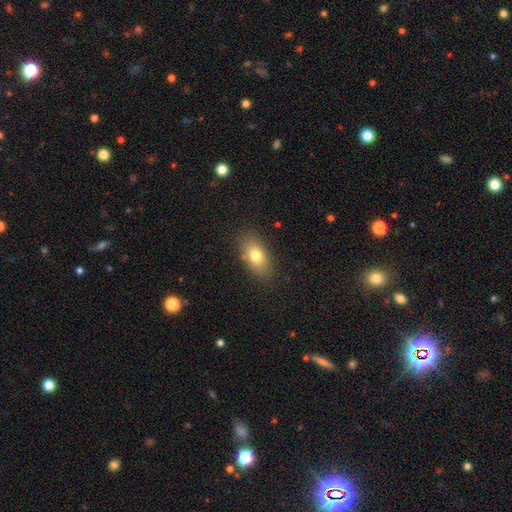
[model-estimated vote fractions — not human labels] smooth 76%, featured or disk 15%, star or artifact 9%. Down the decision tree: how rounded — in between (85%); merging — none (85%).